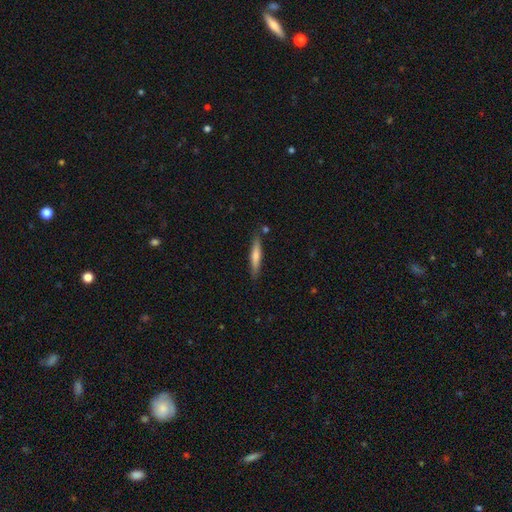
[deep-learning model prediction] The model was most divided on "smooth or featured": smooth: 66%, featured or disk: 29%, star or artifact: 6%. More confident: how rounded — cigar-shaped (90%); merging — none (84%).